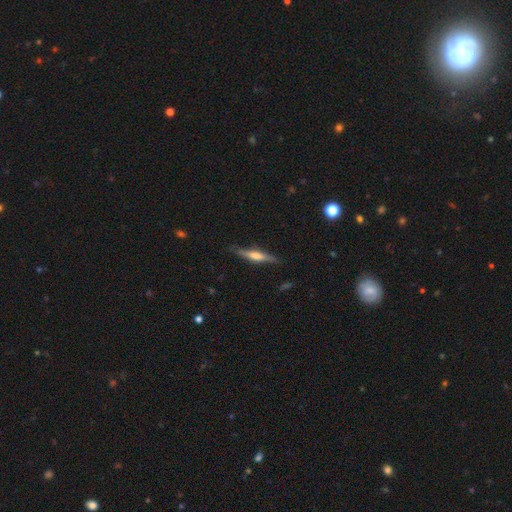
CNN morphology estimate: Smooth or featured? featured or disk (59%)
Edge-on disk? yes (95%)
Edge-on bulge? rounded (68%)
Merging? none (84%)